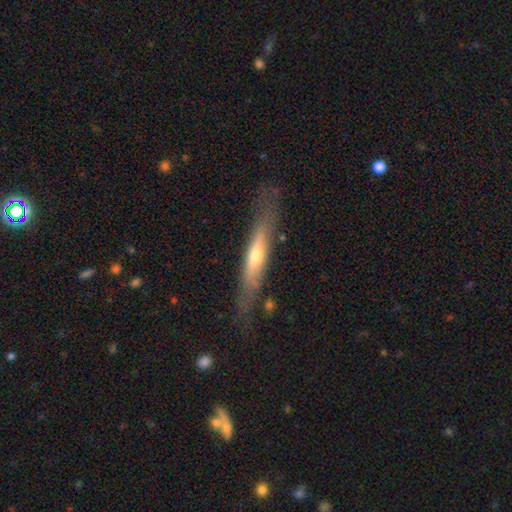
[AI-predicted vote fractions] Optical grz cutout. It shows a featured or disk galaxy (58%) viewed edge-on (84%). Merging: none (74%).